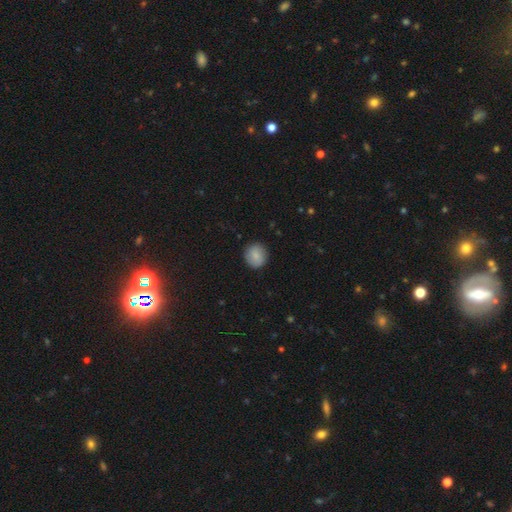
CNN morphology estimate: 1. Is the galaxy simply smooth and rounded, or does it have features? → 85% smooth, 8% featured or disk, 7% star or artifact.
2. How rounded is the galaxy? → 89% round, 10% in between, 1% cigar-shaped.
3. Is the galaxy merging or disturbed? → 90% none, 7% minor disturbance, 2% major disturbance, 1% merger.